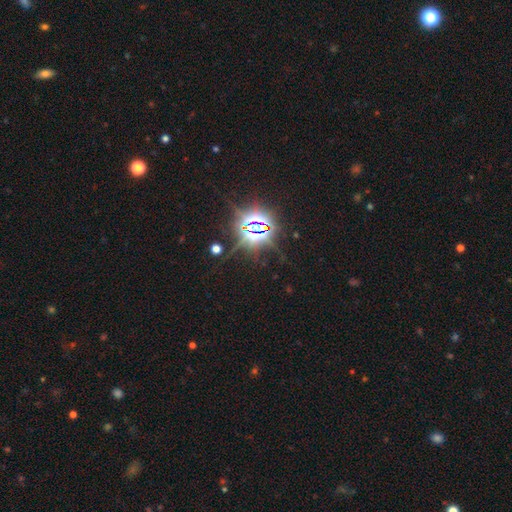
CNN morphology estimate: A star or artifact, not a galaxy (86%).